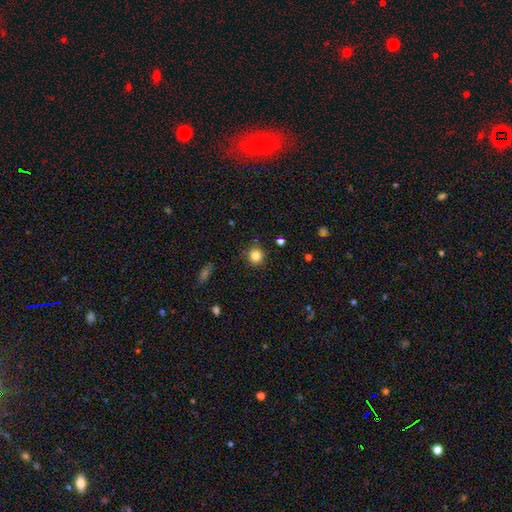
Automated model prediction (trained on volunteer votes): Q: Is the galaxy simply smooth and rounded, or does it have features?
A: smooth — 83%.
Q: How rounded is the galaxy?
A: round — 93%.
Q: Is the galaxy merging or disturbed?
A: none — 88%.